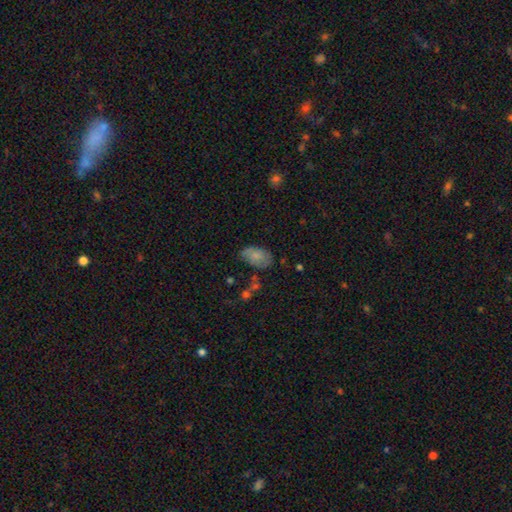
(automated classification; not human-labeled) This is likely a smooth galaxy (77%). How rounded: clearly in between (92%). Merging: likely none (62%).